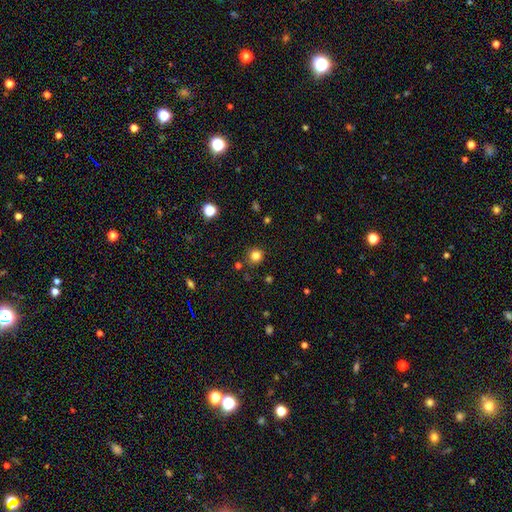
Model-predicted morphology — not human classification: A smooth galaxy with no disk features (81%) that is round (92%).

Vote fractions:
- Smooth or featured? smooth: 81% / star or artifact: 14% / featured or disk: 5%
- How rounded? round: 92% / in between: 7% / cigar-shaped: 1%
- Merging? none: 85% / minor disturbance: 9% / merger: 3% / major disturbance: 3%